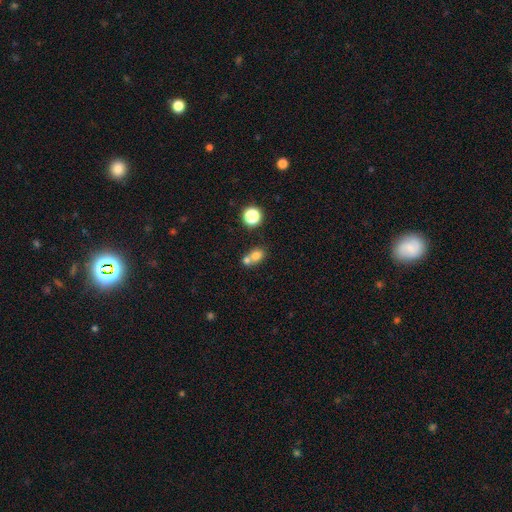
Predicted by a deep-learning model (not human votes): Smooth or featured? Predicted: smooth (p=0.74). How rounded? Predicted: round (p=0.59). Merging? Predicted: merger (p=0.52).